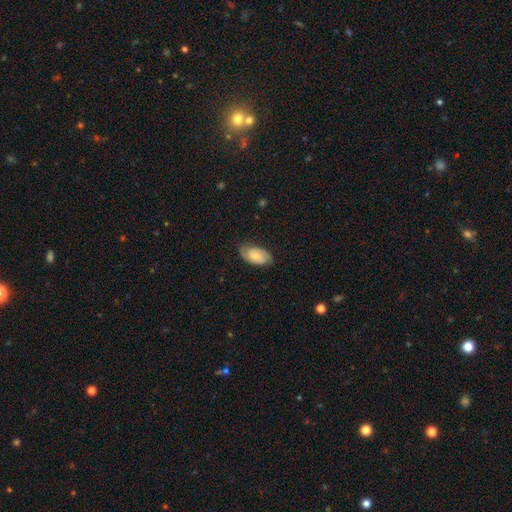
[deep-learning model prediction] smooth_or_featured: featured or disk (p=0.60) [alt: smooth p=0.34]
disk_edge_on: no (p=0.95) [alt: yes p=0.05]
bar: no (p=0.54) [alt: weak p=0.38]
has_spiral_arms: yes (p=0.89) [alt: no p=0.11]
spiral_winding: tight (p=0.52) [alt: medium p=0.37]
spiral_arm_count: 2 (p=0.77) [alt: can't tell p=0.14]
bulge_size: small (p=0.44) [alt: moderate p=0.40]
merging: none (p=0.76) [alt: minor disturbance p=0.18]